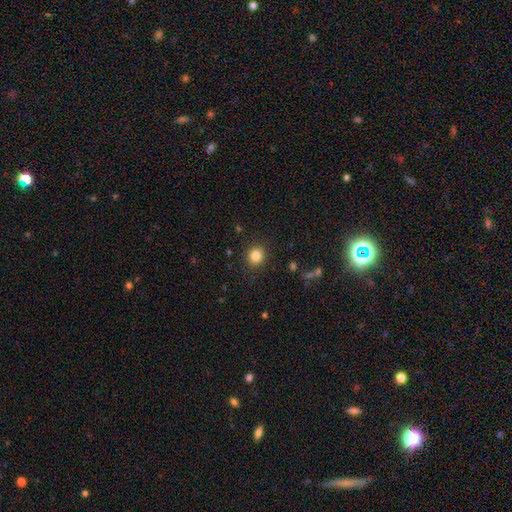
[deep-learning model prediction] A smooth galaxy with no disk features (84%) that is round (85%). Merging: none (90%).